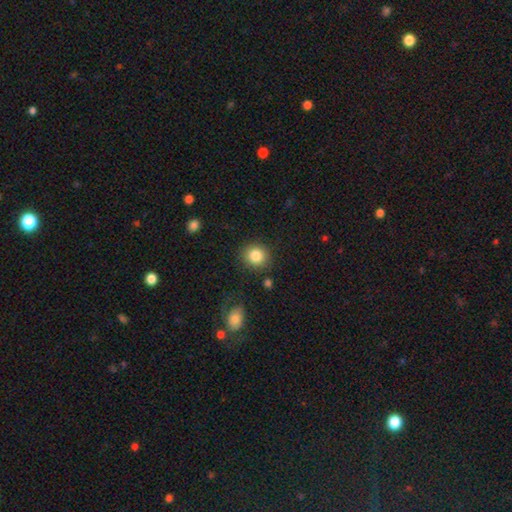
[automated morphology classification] Smooth or featured: smooth — 85% (star or artifact — 9%)
How rounded: round — 86% (in between — 14%)
Merging: none — 86% (minor disturbance — 8%)